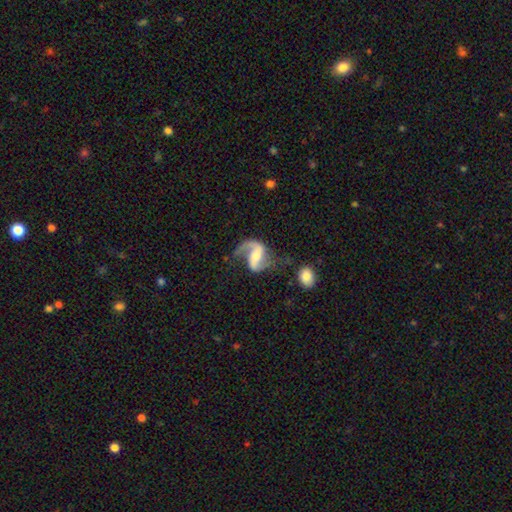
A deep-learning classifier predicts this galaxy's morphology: Smooth or featured: featured or disk — 87% (smooth — 8%)
Edge-on disk: no — 98% (yes — 2%)
Bar: strong — 41% (weak — 40%)
Spiral arms: yes — 96% (no — 4%)
Spiral winding: loose — 57% (medium — 35%)
Spiral arm count: 2 — 73% (1 — 23%)
Bulge size: moderate — 42% (small — 36%)
Merging: none — 52% (major disturbance — 23%)